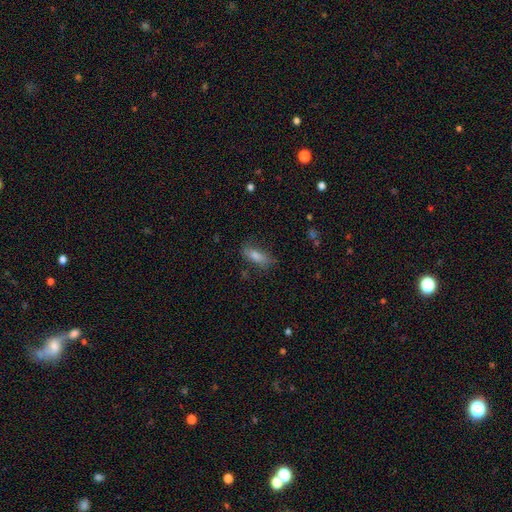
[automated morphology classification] This is likely a smooth galaxy (70%). How rounded: possibly in between (54%). Merging: likely none (75%).